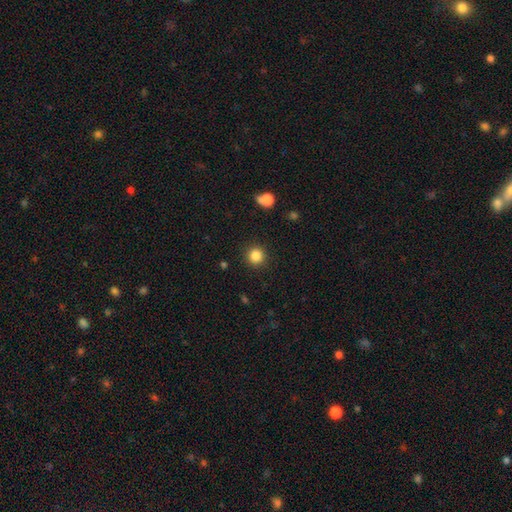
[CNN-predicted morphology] Smooth or featured? smooth (85%)
How rounded? round (94%)
Merging? none (91%)